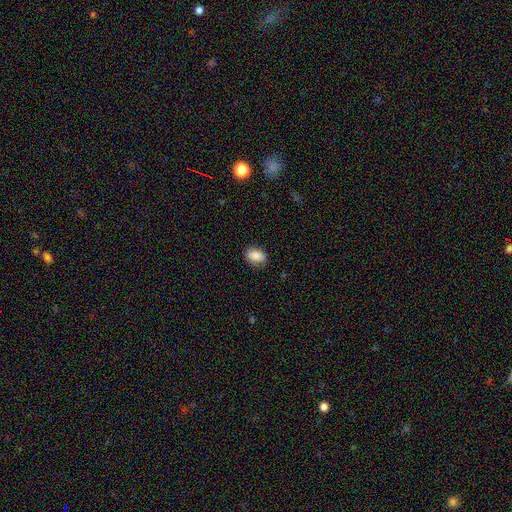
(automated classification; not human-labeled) A smooth galaxy with no disk features (88%) that is in between round and cigar-shaped (83%). Merging: none (84%).